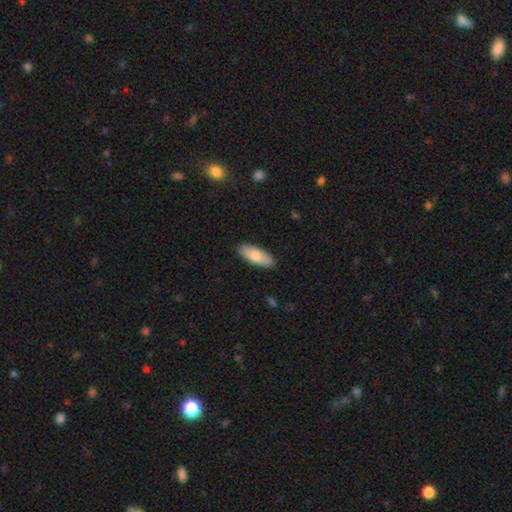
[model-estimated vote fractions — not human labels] Smooth or featured? Predicted: smooth (p=0.81). How rounded? Predicted: in between (p=0.76). Merging? Predicted: none (p=0.89).